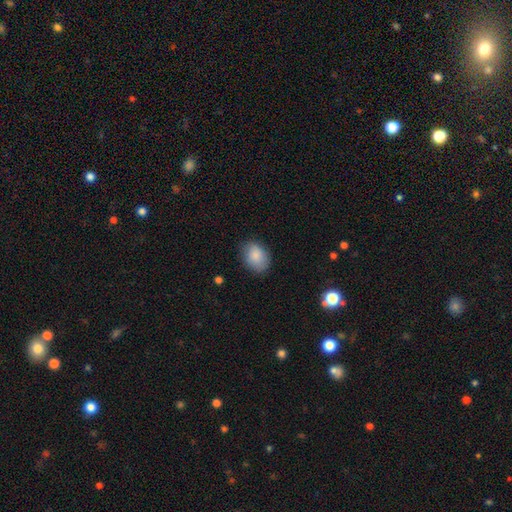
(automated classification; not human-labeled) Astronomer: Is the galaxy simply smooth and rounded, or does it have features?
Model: smooth — 87%.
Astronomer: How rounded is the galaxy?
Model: in between — 72%.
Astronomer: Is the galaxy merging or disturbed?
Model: none — 80%.